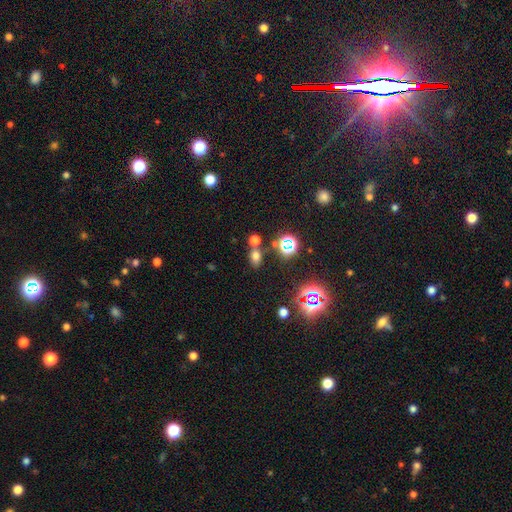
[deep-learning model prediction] This appears to be a smooth galaxy with no disk features (63%) that is in between round and cigar-shaped (66%). Merging: none (67%).